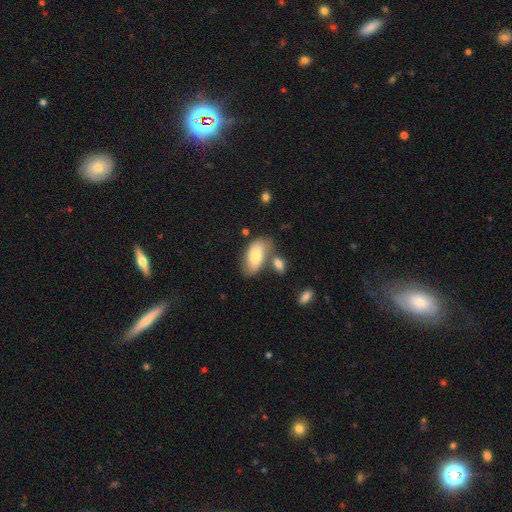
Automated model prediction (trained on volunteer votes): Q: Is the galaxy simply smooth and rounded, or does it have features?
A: smooth — 72%.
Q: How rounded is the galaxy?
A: in between — 93%.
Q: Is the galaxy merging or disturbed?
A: none — 53%.